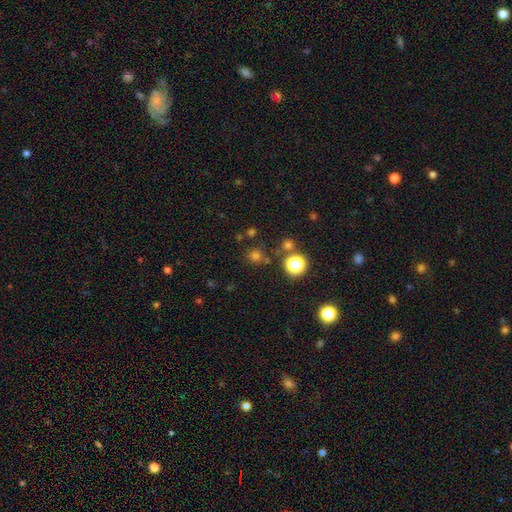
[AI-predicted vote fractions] A smooth galaxy with no disk features (68%) that is round (89%).

Vote fractions:
- Smooth or featured? smooth: 68% / star or artifact: 26% / featured or disk: 6%
- How rounded? round: 89% / in between: 10% / cigar-shaped: 1%
- Merging? none: 77% / minor disturbance: 10% / merger: 9% / major disturbance: 4%